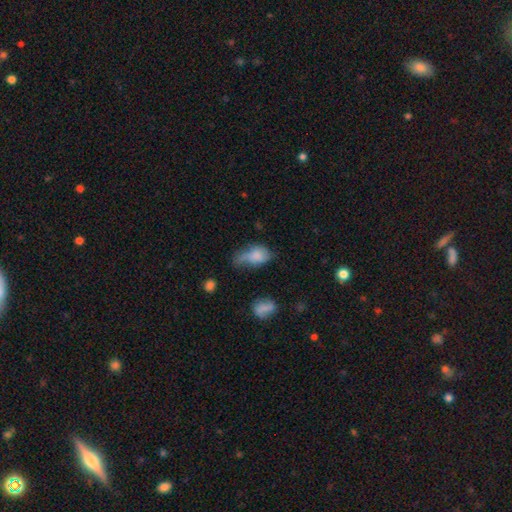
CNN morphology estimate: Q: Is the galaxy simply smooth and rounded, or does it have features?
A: smooth — 74%.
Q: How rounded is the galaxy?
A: in between — 87%.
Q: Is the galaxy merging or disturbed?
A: minor disturbance — 36%.